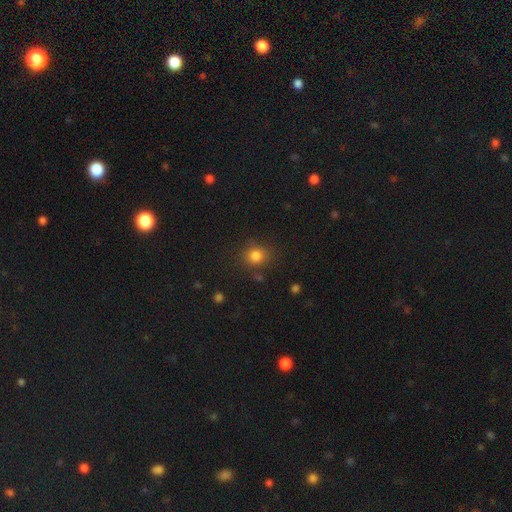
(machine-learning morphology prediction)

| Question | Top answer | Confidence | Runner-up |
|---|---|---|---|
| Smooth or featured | smooth | 82% | star or artifact (13%) |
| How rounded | round | 81% | in between (18%) |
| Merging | none | 81% | minor disturbance (12%) |